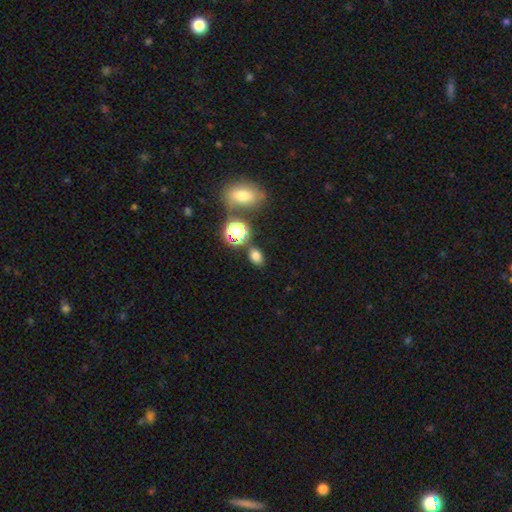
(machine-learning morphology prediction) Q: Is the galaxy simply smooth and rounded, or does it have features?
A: smooth — 72%.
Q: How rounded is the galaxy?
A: in between — 69%.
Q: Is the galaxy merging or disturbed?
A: none — 77%.